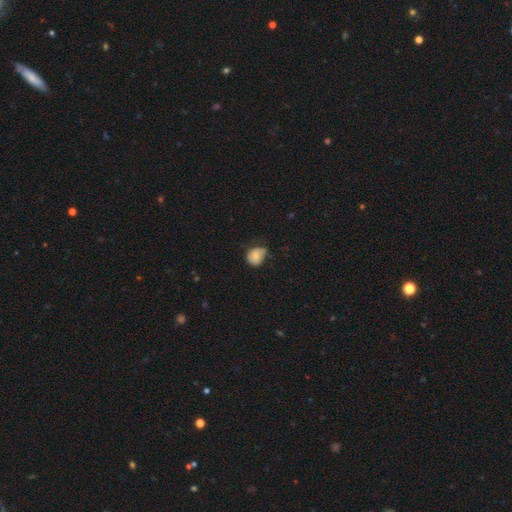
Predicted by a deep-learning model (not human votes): Smooth or featured? Predicted: smooth (p=0.66). How rounded? Predicted: round (p=0.57). Merging? Predicted: none (p=0.44).